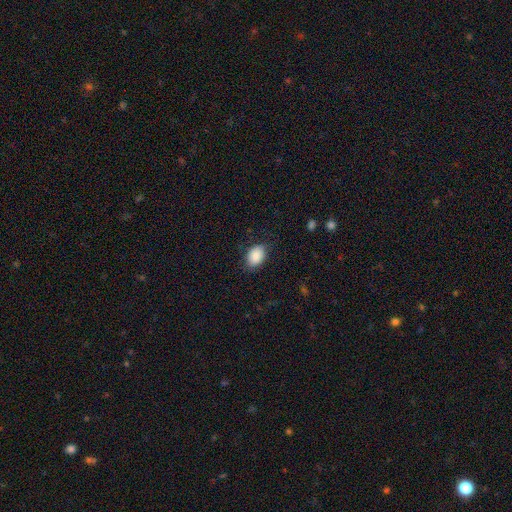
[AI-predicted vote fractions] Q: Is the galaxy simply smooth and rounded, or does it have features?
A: smooth — 88%.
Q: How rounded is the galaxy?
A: in between — 82%.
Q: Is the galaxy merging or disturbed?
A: none — 80%.